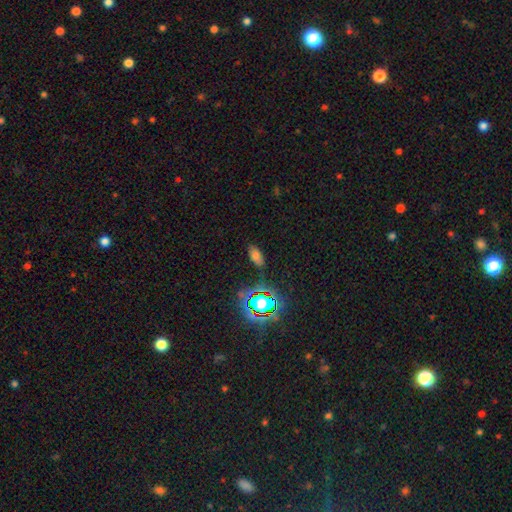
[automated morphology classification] Overall: smooth (63%; star or artifact 25%). How rounded: in between (86%). Merging: none (76%).